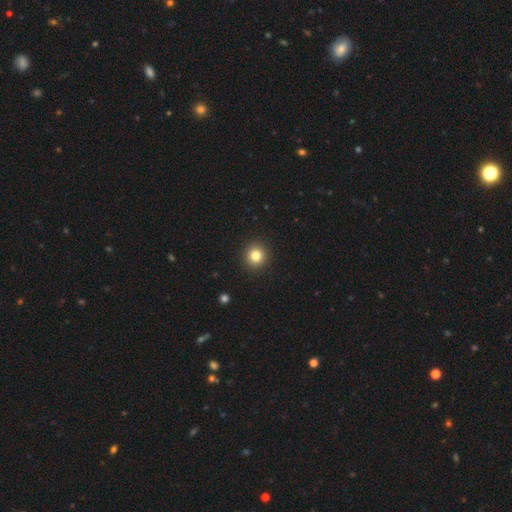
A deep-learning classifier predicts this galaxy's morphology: A smooth galaxy with no disk features (82%) that is round (93%). Merging: none (93%).